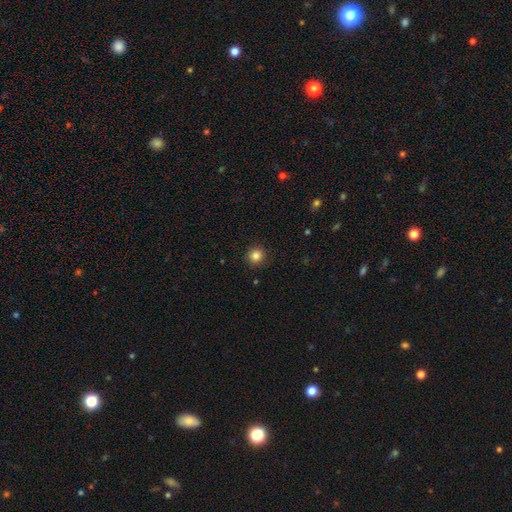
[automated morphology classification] Smooth or featured: smooth — 84% (star or artifact — 12%)
How rounded: round — 92% (in between — 7%)
Merging: none — 91% (minor disturbance — 6%)